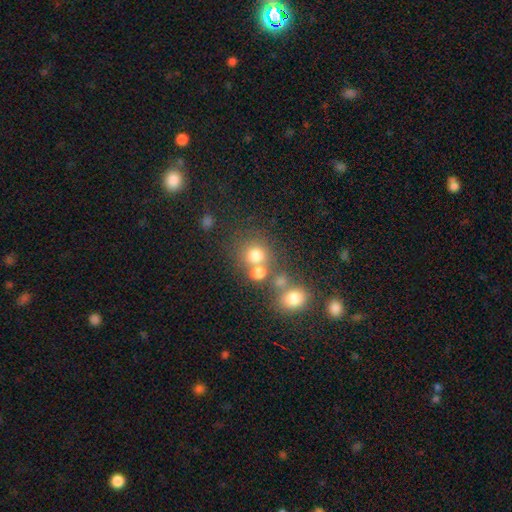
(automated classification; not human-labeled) Morphology: type=smooth (74%); roundness=round (85%); merging=none (54%).